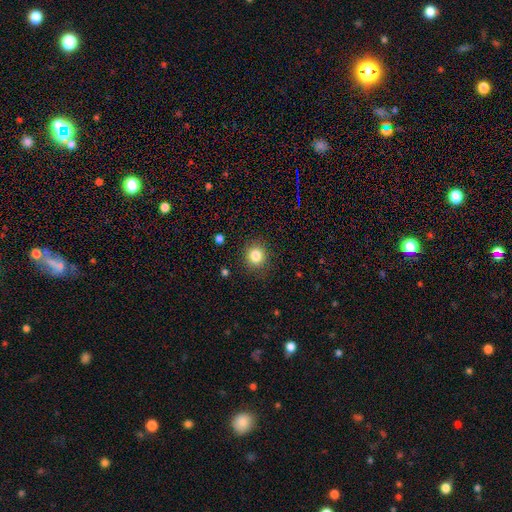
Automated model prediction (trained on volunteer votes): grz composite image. It shows a smooth galaxy with no disk features (83%) that is round (87%). Merging: none (88%).